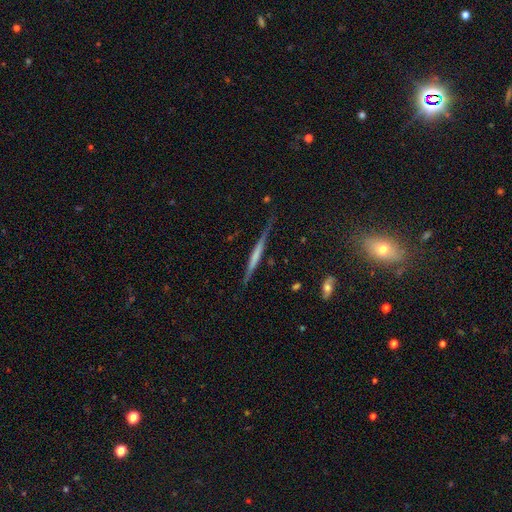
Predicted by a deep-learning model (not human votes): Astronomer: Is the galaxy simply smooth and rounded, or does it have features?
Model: featured or disk — 59% (runner-up: smooth, 34%).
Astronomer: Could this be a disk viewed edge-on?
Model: yes — 96%.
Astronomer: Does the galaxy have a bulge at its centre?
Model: none — 67%.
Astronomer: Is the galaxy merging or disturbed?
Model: none — 78%.